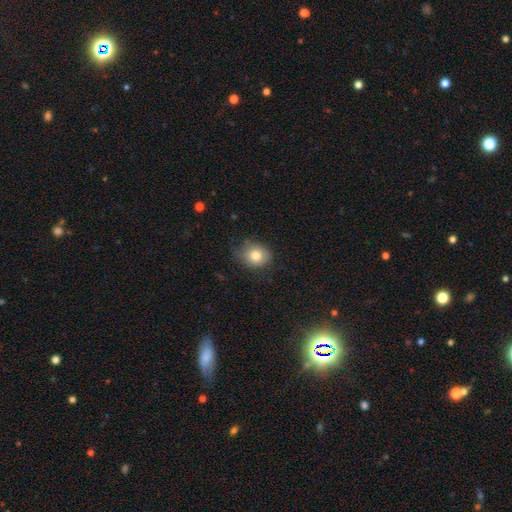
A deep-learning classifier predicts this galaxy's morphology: smooth_or_featured: smooth (p=0.81) [alt: featured or disk p=0.10]
how_rounded: round (p=0.60) [alt: in between p=0.39]
merging: none (p=0.70) [alt: minor disturbance p=0.23]